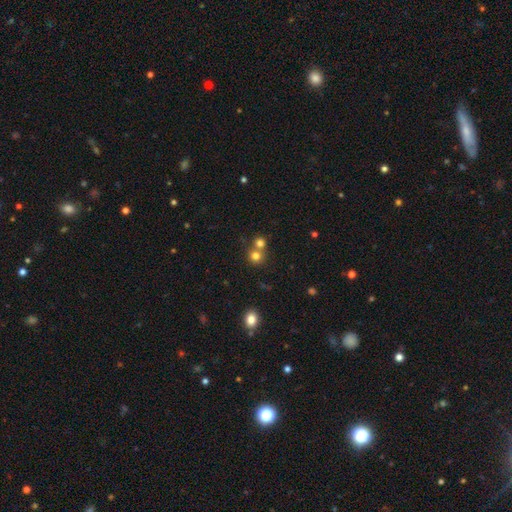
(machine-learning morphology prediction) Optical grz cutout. It shows a smooth galaxy with no disk features (77%) that is round (88%). Merging: none (51%).